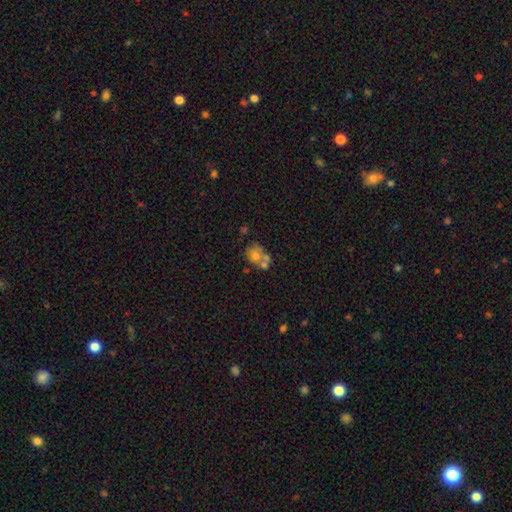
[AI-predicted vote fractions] Smooth or featured?
  - smooth: 54% *
  - featured or disk: 35%
  - star or artifact: 11%
How rounded?
  - round: 57% *
  - in between: 42%
  - cigar-shaped: 1%
Merging?
  - merger: 47% *
  - none: 30%
  - minor disturbance: 13%
  - major disturbance: 10%